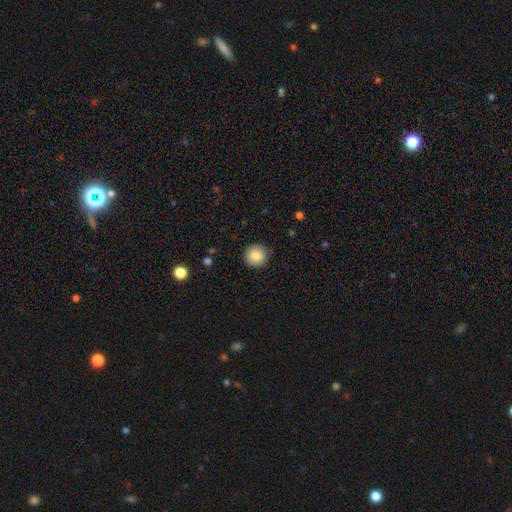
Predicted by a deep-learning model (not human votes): smooth_or_featured: smooth (p=0.86) [alt: star or artifact p=0.09]
how_rounded: round (p=0.93) [alt: in between p=0.06]
merging: none (p=0.89) [alt: minor disturbance p=0.08]